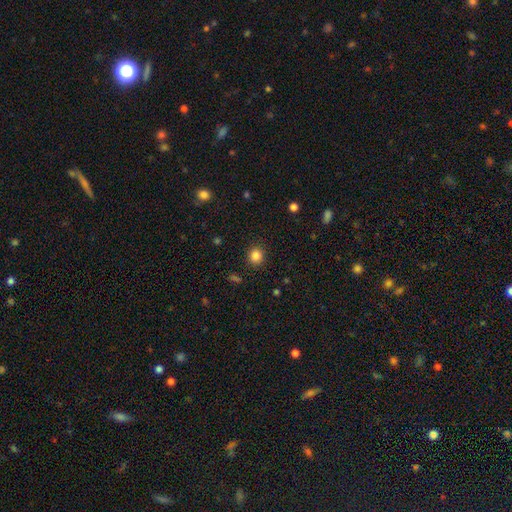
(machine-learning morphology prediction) Q: Smooth or featured?
A: smooth (84%); runner-up: star or artifact (12%)
Q: How rounded?
A: round (87%); runner-up: in between (13%)
Q: Merging?
A: none (90%); runner-up: minor disturbance (6%)